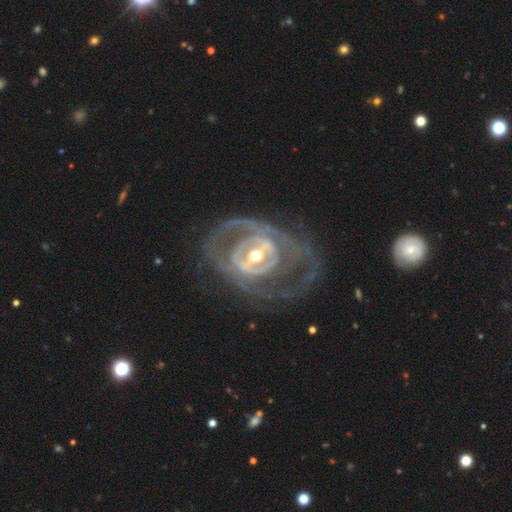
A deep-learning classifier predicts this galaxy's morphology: A featured or disk galaxy (88%) with a strong bar (39%), tight (57%) spiral arms (78%) and a moderate central bulge (59%).

Vote fractions:
- Smooth or featured? featured or disk: 88% / smooth: 7% / star or artifact: 5%
- Edge-on disk? no: 96% / yes: 4%
- Bar? strong: 39% / weak: 36% / no: 25%
- Spiral arms? yes: 78% / no: 22%
- Spiral winding? tight: 57% / medium: 31% / loose: 12%
- Spiral arm count? can't tell: 35% / 2: 32% / 3: 14% / 1: 7% / 4: 6% / more than 4: 5%
- Bulge size? moderate: 59% / small: 33% / large: 6% / dominant: 1% / none: 1%
- Merging? none: 58% / major disturbance: 23% / minor disturbance: 16% / merger: 2%